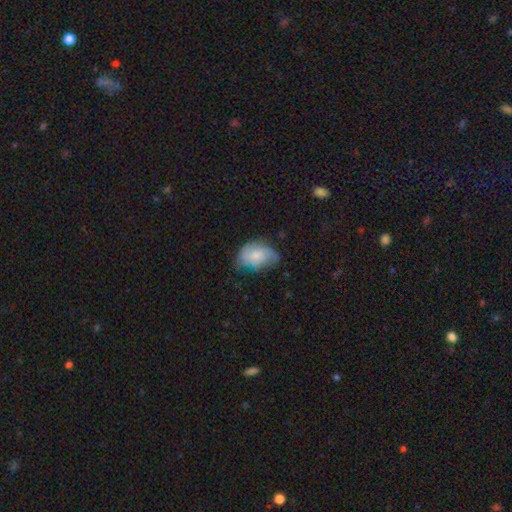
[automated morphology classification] Smooth or featured? smooth (62%)
How rounded? in between (83%)
Merging? none (45%)